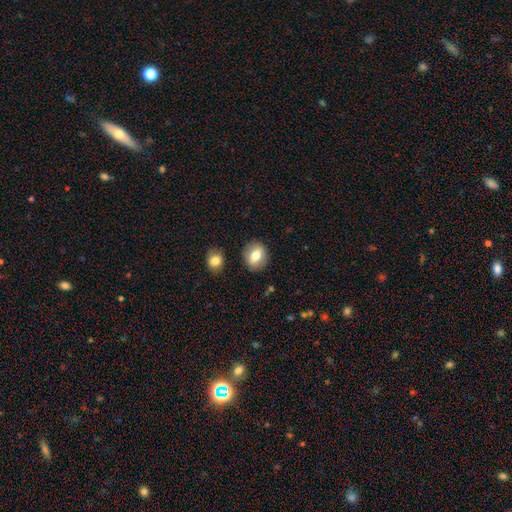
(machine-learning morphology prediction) Smooth or featured? Predicted: smooth (p=0.74). How rounded? Predicted: round (p=0.51). Merging? Predicted: none (p=0.86).